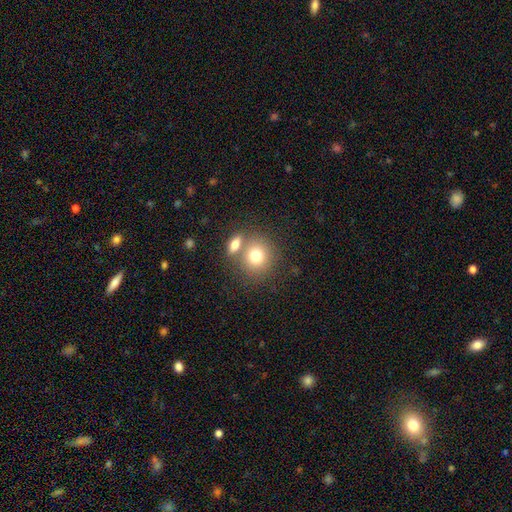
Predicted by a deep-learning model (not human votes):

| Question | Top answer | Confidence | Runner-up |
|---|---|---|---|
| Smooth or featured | smooth | 77% | featured or disk (13%) |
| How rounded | round | 82% | in between (17%) |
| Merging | none | 55% | merger (33%) |